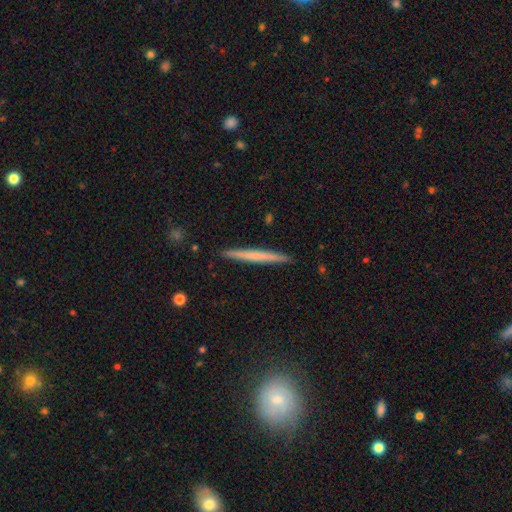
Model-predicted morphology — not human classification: smooth_or_featured: smooth (p=0.55) [alt: featured or disk p=0.39]
how_rounded: cigar-shaped (p=0.97) [alt: in between p=0.02]
merging: none (p=0.92) [alt: minor disturbance p=0.06]